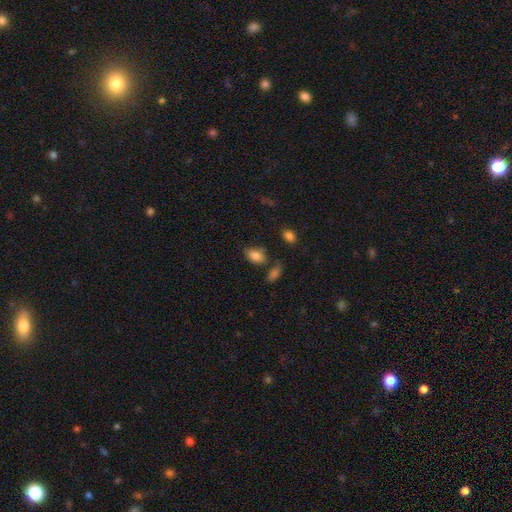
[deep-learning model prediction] A smooth galaxy with no disk features (84%) that is in between round and cigar-shaped (90%). Merging: none (68%).